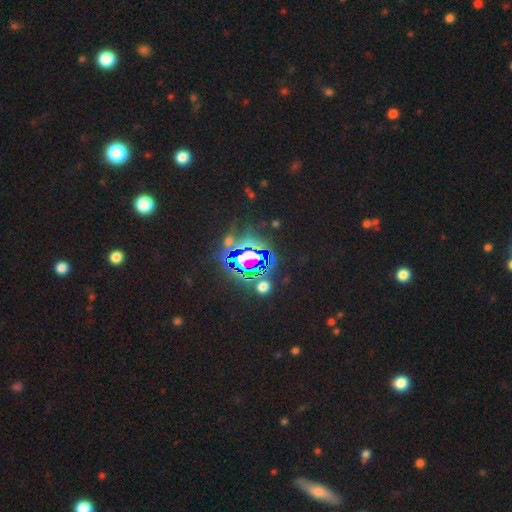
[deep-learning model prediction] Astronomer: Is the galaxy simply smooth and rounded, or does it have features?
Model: star or artifact — 78%.